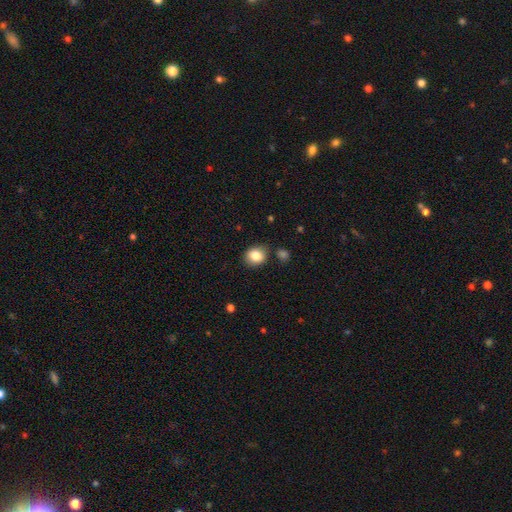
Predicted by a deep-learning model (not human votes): A smooth galaxy with no disk features (84%) that is round (59%). Merging: none (79%).